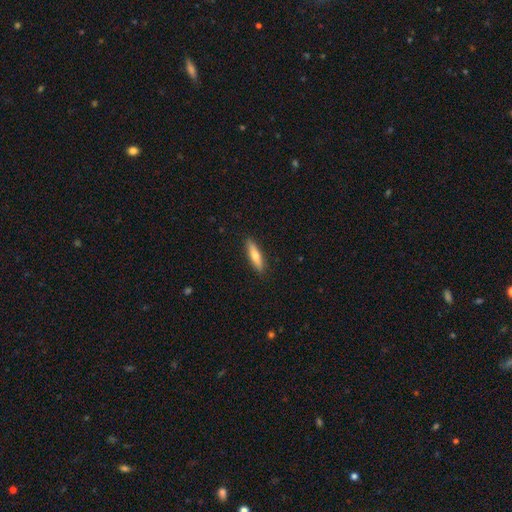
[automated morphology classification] This appears to be a smooth galaxy with no disk features (65%) that is cigar-shaped (75%). Merging: none (90%).